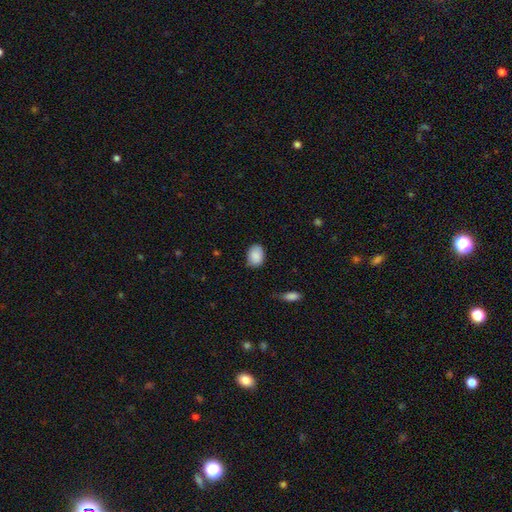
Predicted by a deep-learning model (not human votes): Overall: smooth (89%). How rounded: in between (76%). Merging: none (78%).